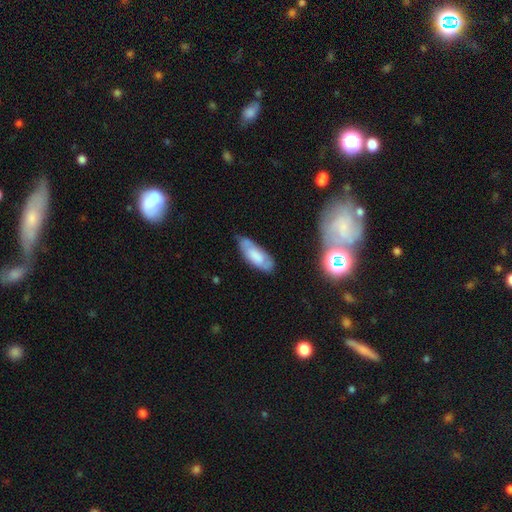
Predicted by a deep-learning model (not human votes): Smooth or featured?
  - smooth: 64% *
  - featured or disk: 29%
  - star or artifact: 7%
How rounded?
  - in between: 75% *
  - cigar-shaped: 23%
  - round: 2%
Merging?
  - none: 63% *
  - minor disturbance: 27%
  - major disturbance: 7%
  - merger: 3%